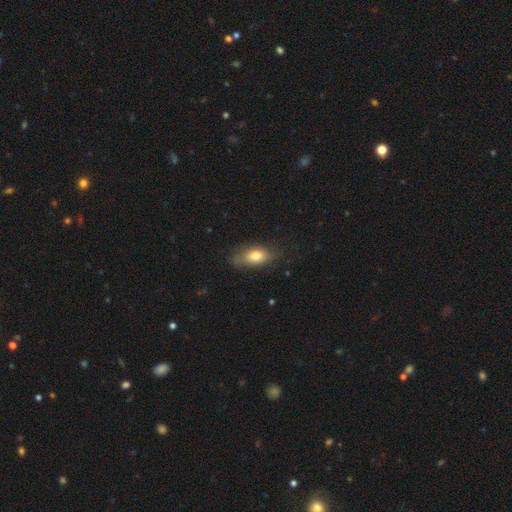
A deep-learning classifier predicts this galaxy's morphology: Smooth or featured? smooth (76%)
How rounded? in between (84%)
Merging? none (68%)